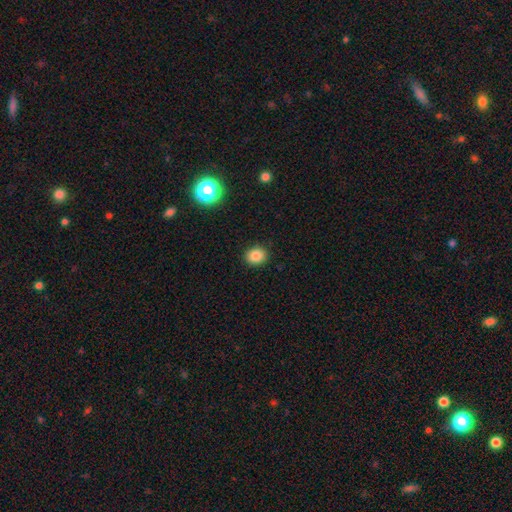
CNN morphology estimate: Smooth or featured?
  - smooth: 84% *
  - star or artifact: 11%
  - featured or disk: 5%
How rounded?
  - round: 69% *
  - in between: 30%
  - cigar-shaped: 1%
Merging?
  - none: 90% *
  - minor disturbance: 7%
  - major disturbance: 2%
  - merger: 1%